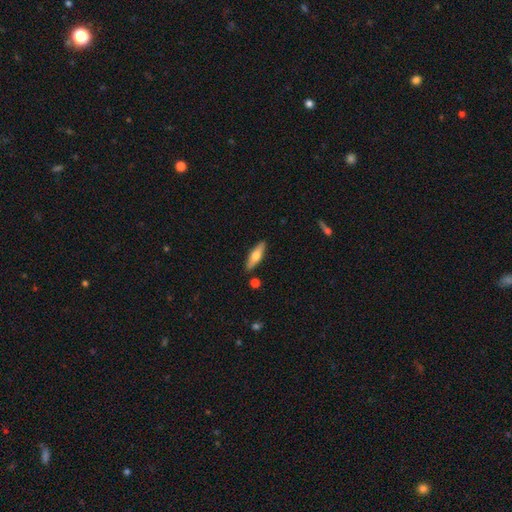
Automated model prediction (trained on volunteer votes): A smooth galaxy with no disk features (56%) that is cigar-shaped (57%). Merging: none (87%).